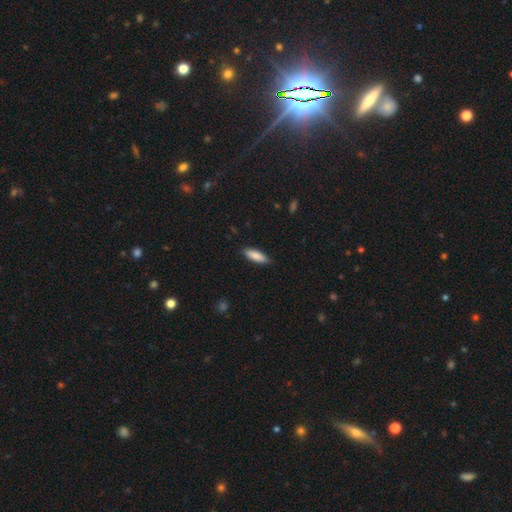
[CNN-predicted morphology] Smooth or featured?
  - smooth: 87% *
  - featured or disk: 8%
  - star or artifact: 6%
How rounded?
  - in between: 53% *
  - cigar-shaped: 45%
  - round: 2%
Merging?
  - none: 88% *
  - minor disturbance: 9%
  - major disturbance: 2%
  - merger: 1%